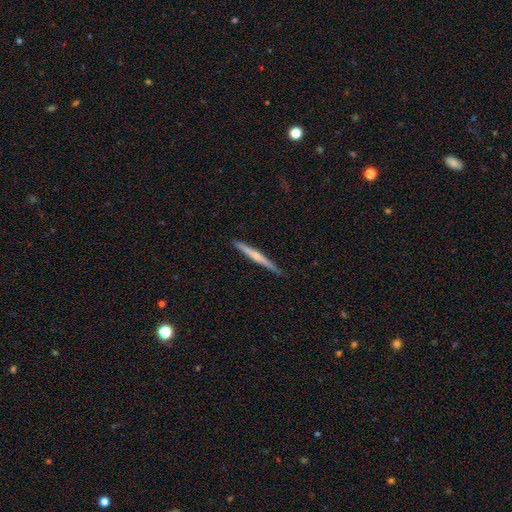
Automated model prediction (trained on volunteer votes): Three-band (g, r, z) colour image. It shows a featured or disk galaxy (53%) viewed edge-on (98%) with no central bulge (49%). Merging: none (90%).